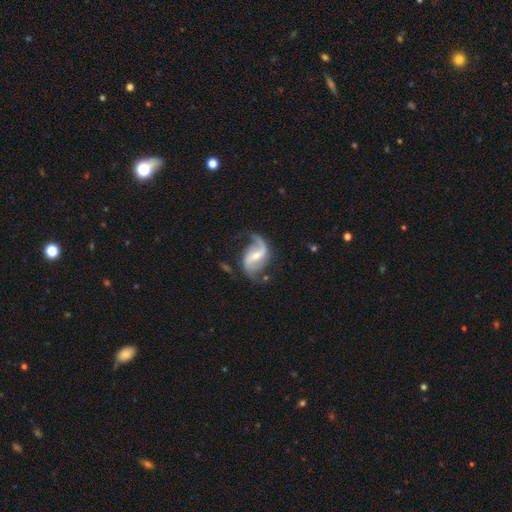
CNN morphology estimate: smooth-or-featured: featured or disk: 89% | smooth: 7% | star or artifact: 5%
  disk-edge-on: no: 98% | yes: 2%
    bar: weak: 44% | strong: 39% | no: 17%
    has-spiral-arms: yes: 96% | no: 4%
      spiral-winding: loose: 66% | medium: 28% | tight: 6%
      spiral-arm-count: 2: 87% | 1: 8% | can't tell: 2% | 3: 1% | 4: 1% | more than 4: 1%
    bulge-size: moderate: 48% | small: 45% | none: 3% | large: 3% | dominant: 1%
  merging: none: 65% | minor disturbance: 20% | major disturbance: 13% | merger: 3%